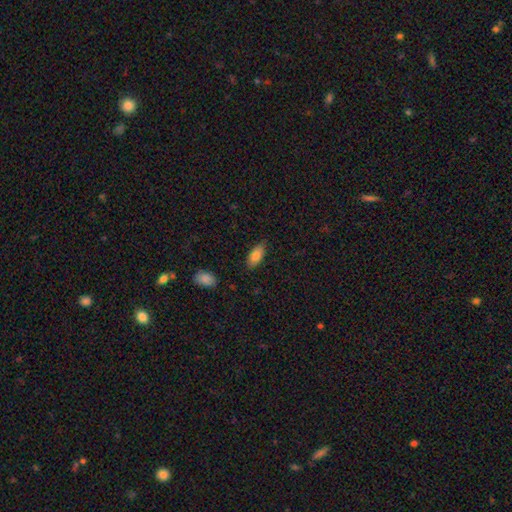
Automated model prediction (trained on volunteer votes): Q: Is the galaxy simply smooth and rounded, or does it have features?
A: smooth — 84%.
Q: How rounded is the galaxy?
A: in between — 89%.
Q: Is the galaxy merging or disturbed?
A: none — 82%.